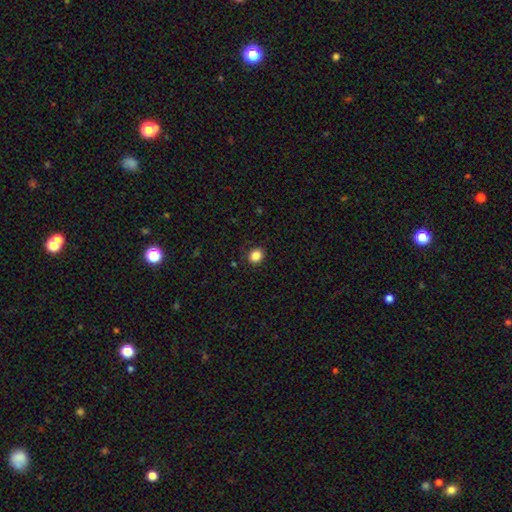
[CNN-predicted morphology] smooth 86%, star or artifact 11%, featured or disk 3%. Down the decision tree: how rounded — round (73%); merging — none (89%).